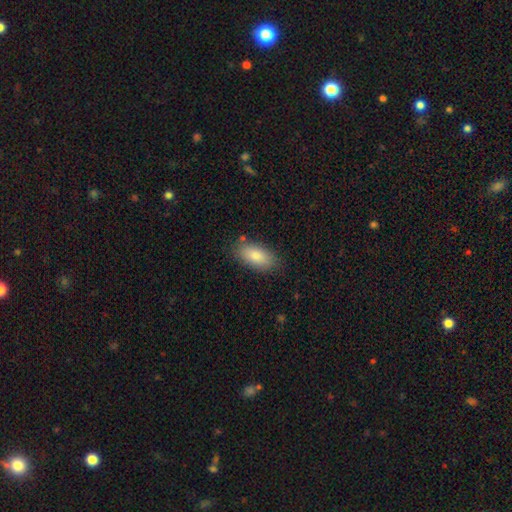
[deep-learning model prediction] This is clearly a smooth galaxy (83%). How rounded: clearly in between (92%). Merging: clearly none (82%).